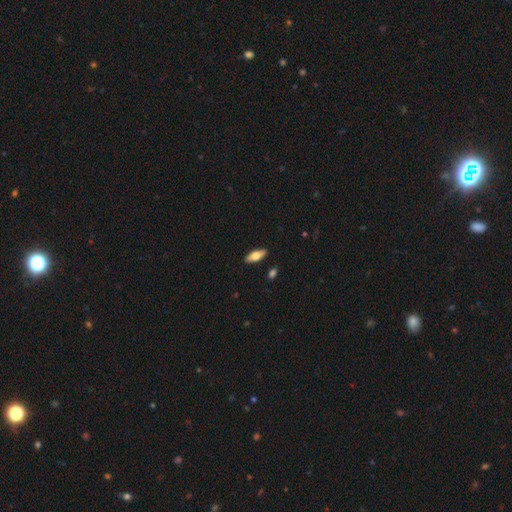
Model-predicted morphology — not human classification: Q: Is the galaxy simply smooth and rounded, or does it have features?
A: smooth — 68%.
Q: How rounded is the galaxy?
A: in between — 76%.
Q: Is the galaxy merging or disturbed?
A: none — 89%.